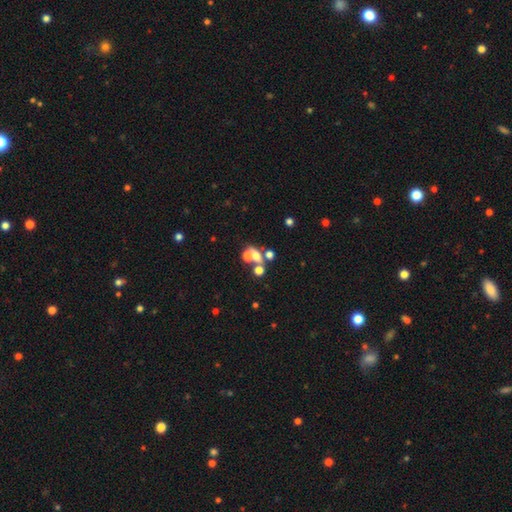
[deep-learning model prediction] A smooth galaxy with no disk features (52%) that is round (50%).

Vote fractions:
- Smooth or featured? smooth: 52% / featured or disk: 24% / star or artifact: 24%
- How rounded? round: 50% / in between: 46% / cigar-shaped: 4%
- Merging? merger: 50% / none: 33% / major disturbance: 9% / minor disturbance: 8%